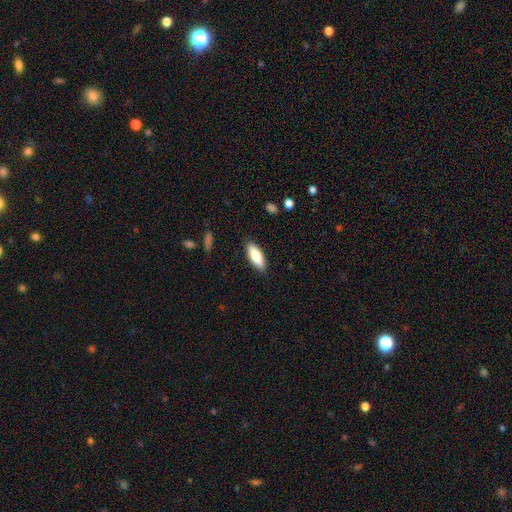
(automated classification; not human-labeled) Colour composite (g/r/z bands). It shows a smooth galaxy with no disk features (78%) that is in between round and cigar-shaped (72%). Merging: none (88%).